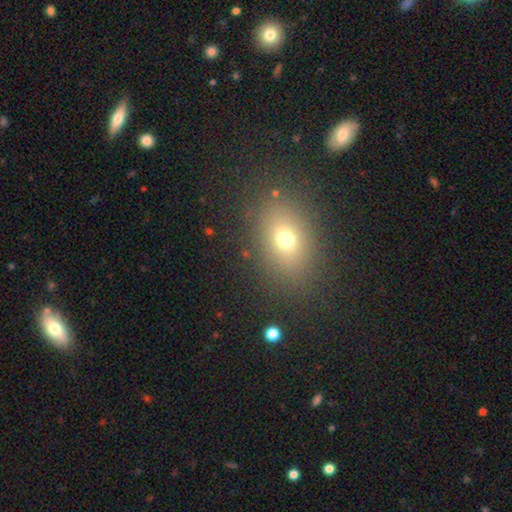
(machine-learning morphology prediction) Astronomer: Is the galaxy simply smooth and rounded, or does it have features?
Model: smooth — 64%.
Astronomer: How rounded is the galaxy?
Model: in between — 67%.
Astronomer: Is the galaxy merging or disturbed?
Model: none — 87%.